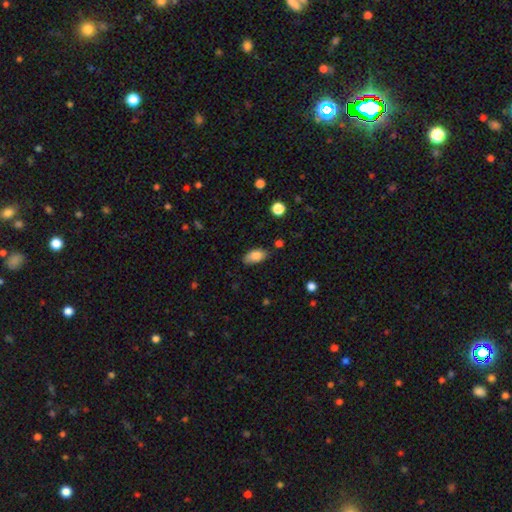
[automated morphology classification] This appears to be a smooth galaxy with no disk features (84%) that is in between round and cigar-shaped (92%). Merging: none (76%).